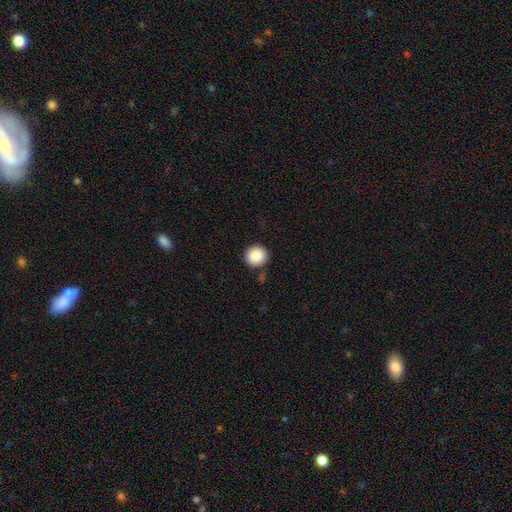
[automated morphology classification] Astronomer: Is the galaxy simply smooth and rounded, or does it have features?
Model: smooth — 88%.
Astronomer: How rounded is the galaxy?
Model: round — 91%.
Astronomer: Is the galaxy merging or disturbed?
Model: none — 87%.